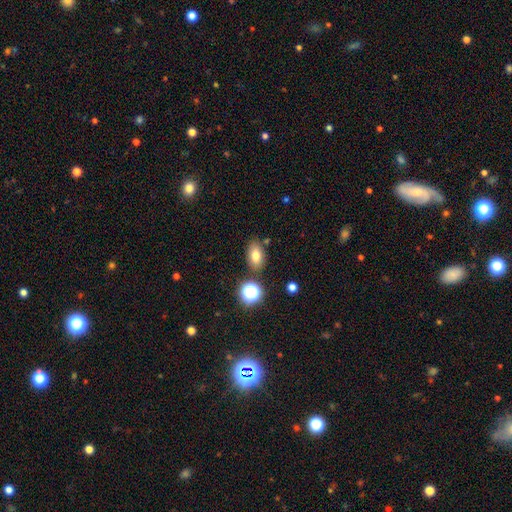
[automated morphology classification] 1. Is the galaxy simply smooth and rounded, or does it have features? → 75% smooth, 13% star or artifact, 12% featured or disk.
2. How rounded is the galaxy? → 84% in between, 13% round, 3% cigar-shaped.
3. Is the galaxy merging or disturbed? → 79% none, 11% minor disturbance, 6% merger, 3% major disturbance.